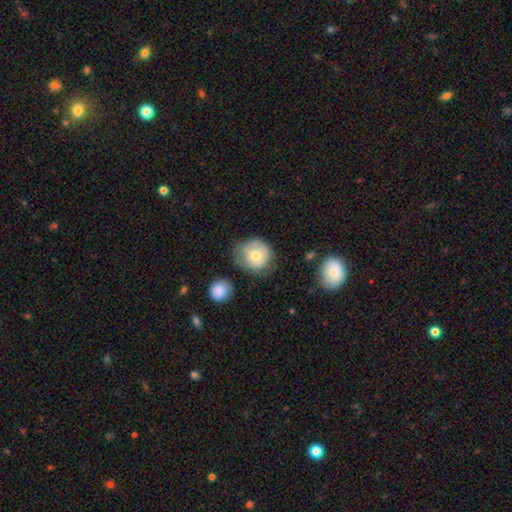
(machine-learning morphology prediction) A smooth galaxy with no disk features (66%) that is round (80%).

Vote fractions:
- Smooth or featured? smooth: 66% / featured or disk: 26% / star or artifact: 8%
- How rounded? round: 80% / in between: 19% / cigar-shaped: 1%
- Merging? none: 52% / minor disturbance: 32% / major disturbance: 12% / merger: 4%